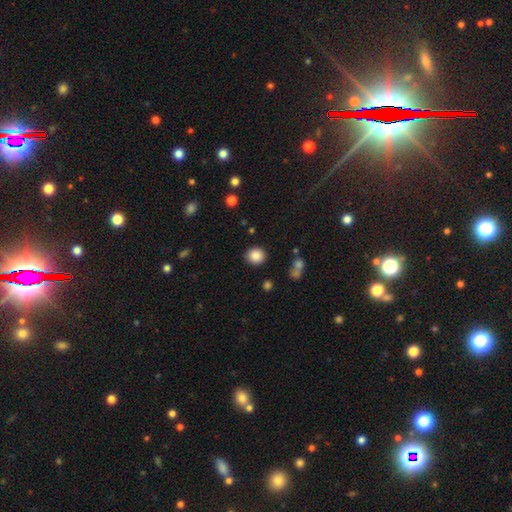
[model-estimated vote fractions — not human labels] Smooth or featured: smooth — 86% (star or artifact — 9%)
How rounded: round — 85% (in between — 14%)
Merging: none — 88% (minor disturbance — 8%)